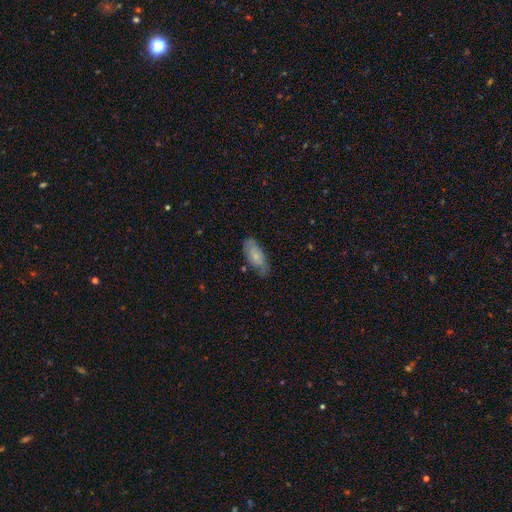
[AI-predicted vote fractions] This is likely a smooth galaxy (64%). How rounded: clearly in between (86%). Merging: likely none (64%).